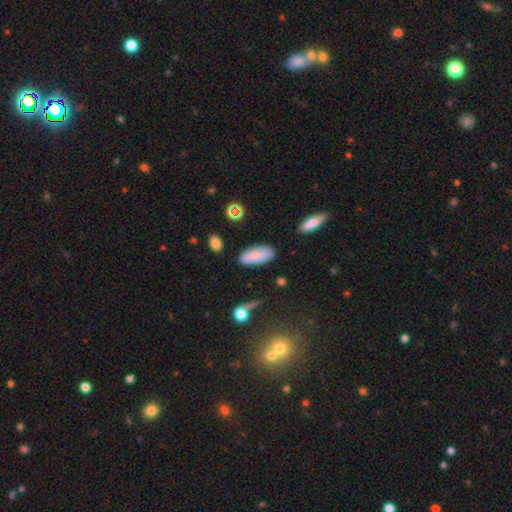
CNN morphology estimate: smooth 81%, featured or disk 10%, star or artifact 8%. Down the decision tree: how rounded — in between (86%); merging — none (82%).